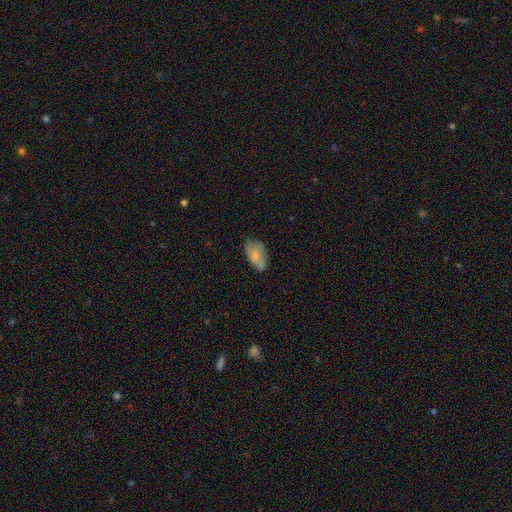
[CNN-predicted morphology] smooth-or-featured: smooth: 64% | featured or disk: 28% | star or artifact: 8%
  how-rounded: in between: 91% | round: 6% | cigar-shaped: 3%
  merging: none: 49% | minor disturbance: 31% | major disturbance: 11% | merger: 9%